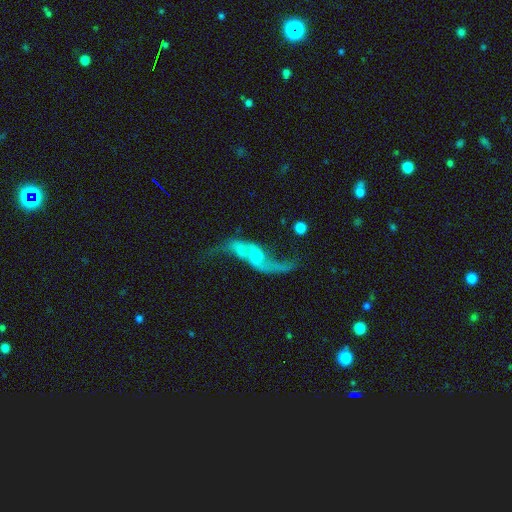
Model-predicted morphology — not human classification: smooth_or_featured: featured or disk (p=0.83) [alt: smooth p=0.09]
disk_edge_on: no (p=0.92) [alt: yes p=0.08]
bar: no (p=0.49) [alt: weak p=0.39]
has_spiral_arms: yes (p=0.89) [alt: no p=0.11]
spiral_winding: loose (p=0.93) [alt: medium p=0.06]
spiral_arm_count: 2 (p=0.91) [alt: 1 p=0.04]
bulge_size: small (p=0.44) [alt: moderate p=0.27]
merging: none (p=0.43) [alt: major disturbance p=0.23]